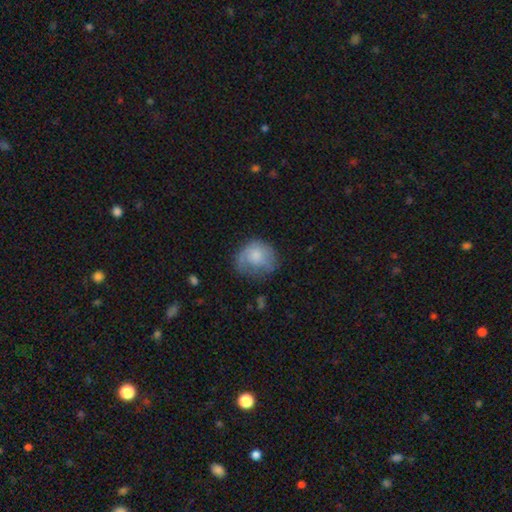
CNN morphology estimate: smooth-or-featured: smooth: 64% | featured or disk: 28% | star or artifact: 8%
  how-rounded: round: 68% | in between: 31% | cigar-shaped: 1%
  merging: none: 41% | minor disturbance: 30% | major disturbance: 26% | merger: 2%